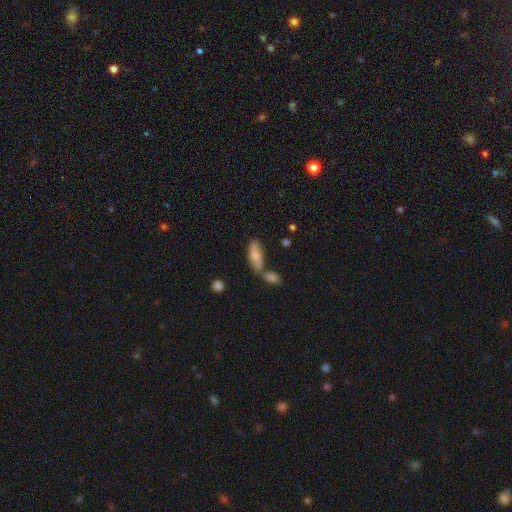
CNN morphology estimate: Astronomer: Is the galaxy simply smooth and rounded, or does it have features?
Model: smooth — 76%.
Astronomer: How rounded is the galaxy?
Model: in between — 77%.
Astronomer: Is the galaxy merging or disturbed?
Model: none — 43% (runner-up: merger, 38%).